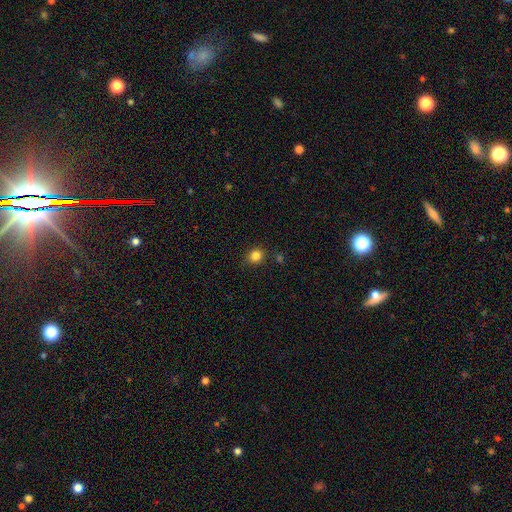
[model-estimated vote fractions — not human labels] A smooth galaxy with no disk features (82%) that is round (81%).

Vote fractions:
- Smooth or featured? smooth: 82% / star or artifact: 13% / featured or disk: 5%
- How rounded? round: 81% / in between: 19% / cigar-shaped: 1%
- Merging? none: 84% / minor disturbance: 11% / merger: 3% / major disturbance: 3%